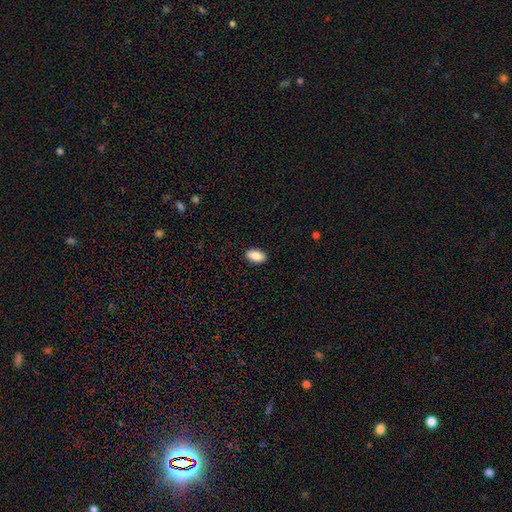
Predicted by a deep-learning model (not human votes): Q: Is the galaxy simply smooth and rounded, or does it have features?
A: smooth — 89%.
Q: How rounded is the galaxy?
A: in between — 94%.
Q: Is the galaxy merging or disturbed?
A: none — 89%.